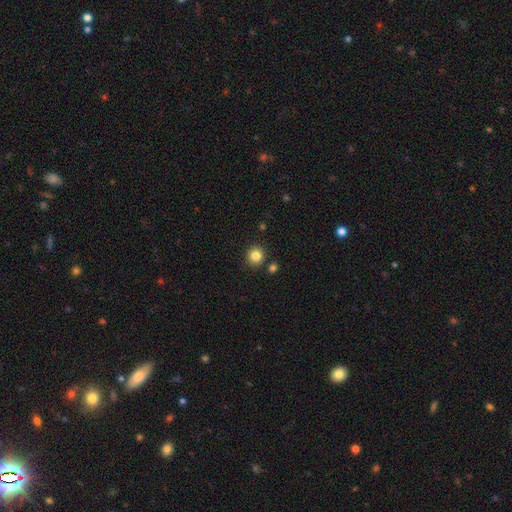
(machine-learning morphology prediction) This appears to be a smooth galaxy with no disk features (85%) that is round (92%). Merging: none (88%).